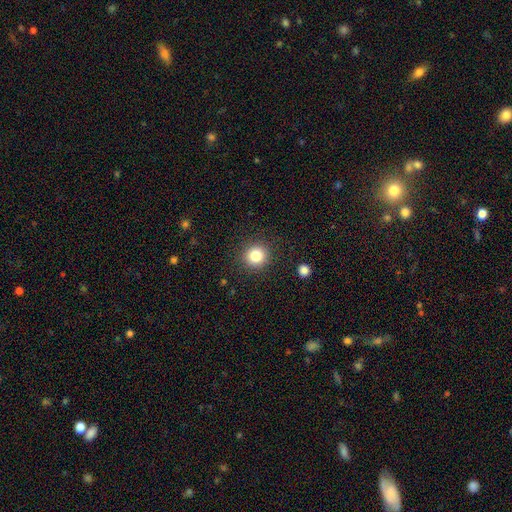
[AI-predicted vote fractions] Smooth or featured? smooth (82%)
How rounded? round (91%)
Merging? none (89%)